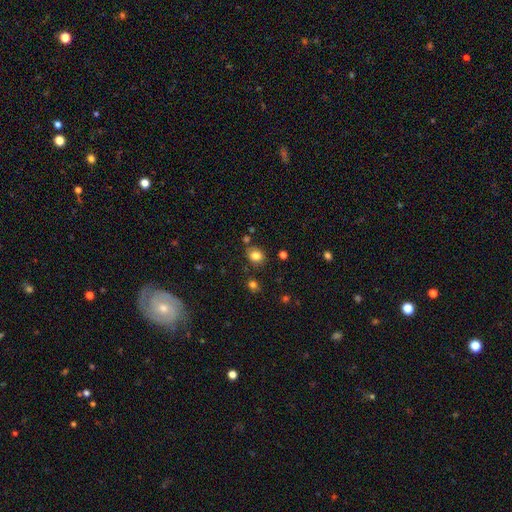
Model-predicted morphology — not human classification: The model was most divided on "how rounded": round: 67%, in between: 32%, cigar-shaped: 1%. More confident: smooth or featured — smooth (81%); merging — none (79%).